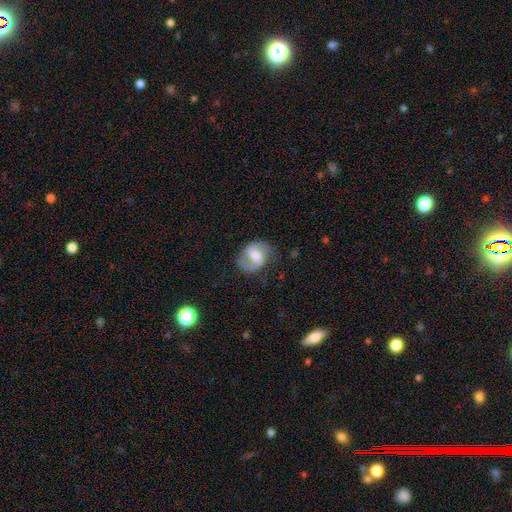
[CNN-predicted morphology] featured or disk 71%, smooth 22%, star or artifact 6%. Down the decision tree: edge-on disk — no (97%); bar — weak (49%); spiral arms — yes (90%); spiral arm count — 2 (85%); spiral winding — medium (48%); bulge size — moderate (65%); merging — none (70%).